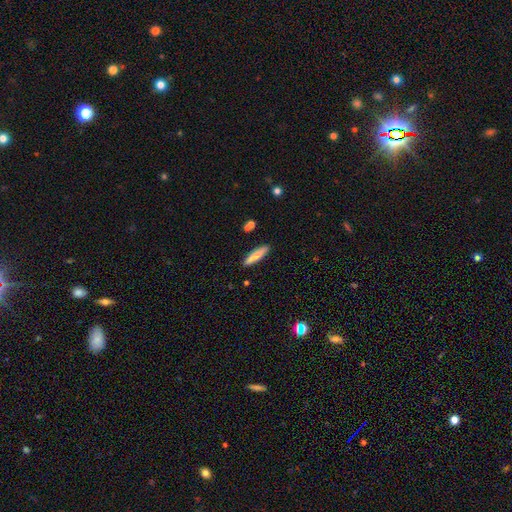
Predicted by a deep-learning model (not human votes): Q: Smooth or featured?
A: smooth (79%); runner-up: featured or disk (15%)
Q: How rounded?
A: cigar-shaped (83%); runner-up: in between (15%)
Q: Merging?
A: none (88%); runner-up: minor disturbance (8%)